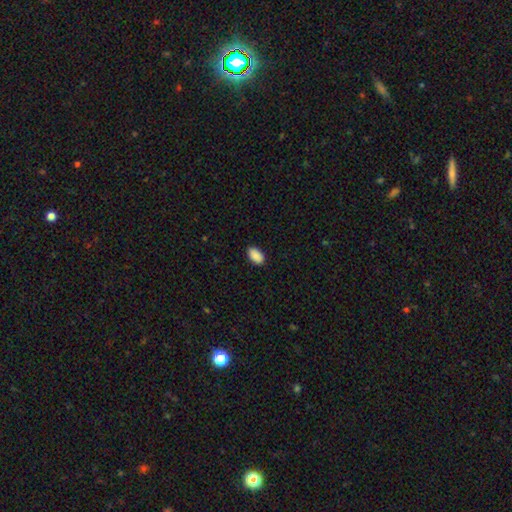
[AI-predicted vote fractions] A smooth galaxy with no disk features (89%) that is in between round and cigar-shaped (94%).

Vote fractions:
- Smooth or featured? smooth: 89% / star or artifact: 7% / featured or disk: 4%
- How rounded? in between: 94% / round: 5% / cigar-shaped: 1%
- Merging? none: 88% / minor disturbance: 9% / major disturbance: 2% / merger: 1%